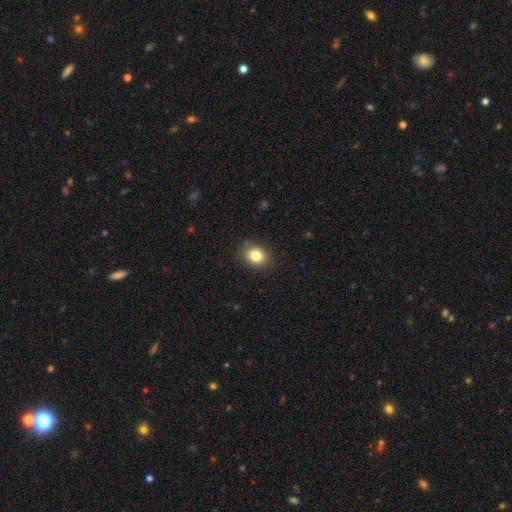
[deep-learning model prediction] smooth_or_featured: smooth (p=0.83) [alt: star or artifact p=0.11]
how_rounded: round (p=0.60) [alt: in between p=0.39]
merging: none (p=0.85) [alt: minor disturbance p=0.11]